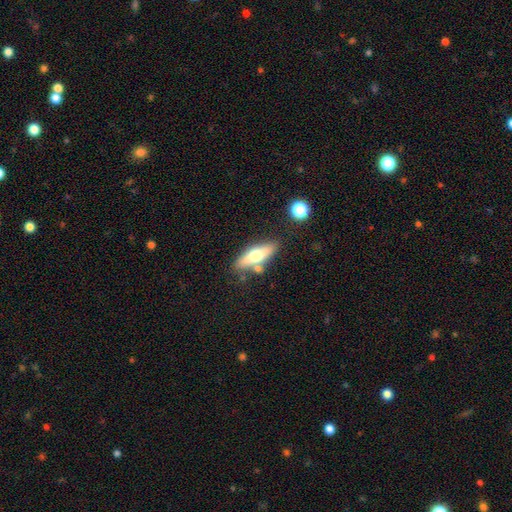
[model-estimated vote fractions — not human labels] This is possibly a smooth galaxy (54%). How rounded: possibly cigar-shaped (49%). Merging: likely none (74%).